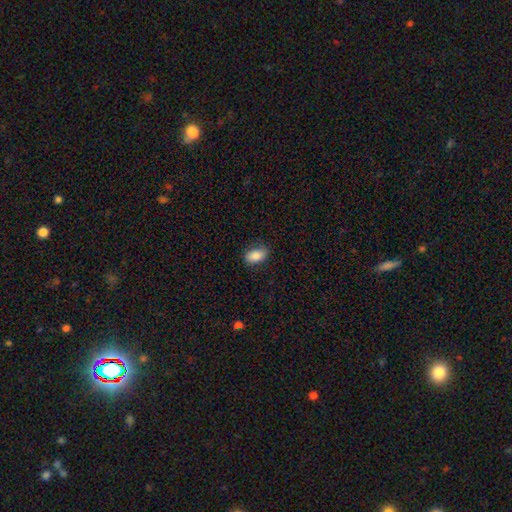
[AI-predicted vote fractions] Smooth or featured: smooth — 86% (star or artifact — 7%)
How rounded: in between — 90% (round — 8%)
Merging: none — 80% (minor disturbance — 16%)